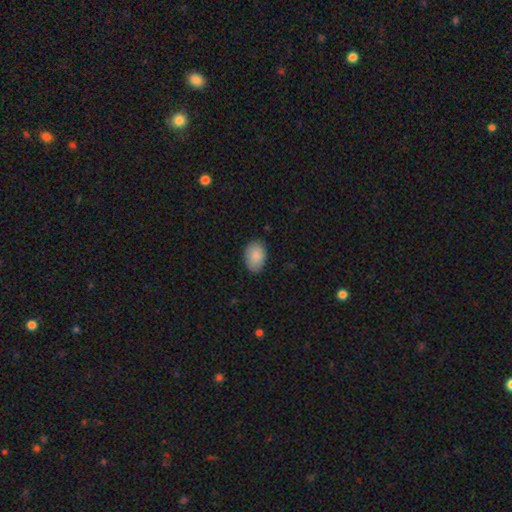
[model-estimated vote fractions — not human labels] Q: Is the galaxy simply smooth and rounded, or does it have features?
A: smooth — 88%.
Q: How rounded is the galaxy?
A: in between — 86%.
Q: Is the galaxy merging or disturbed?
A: none — 82%.